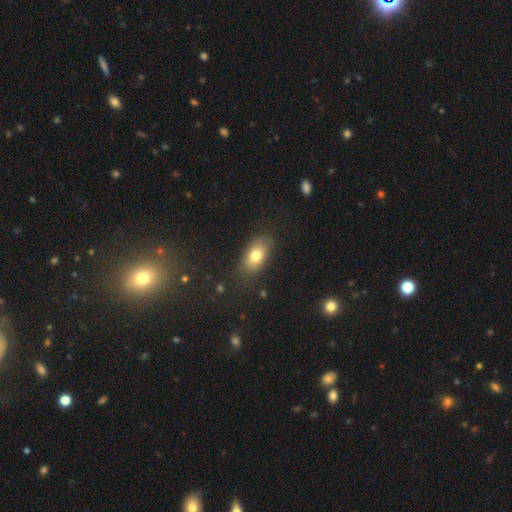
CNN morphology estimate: type=smooth (78%); roundness=in between (86%); merging=none (81%).